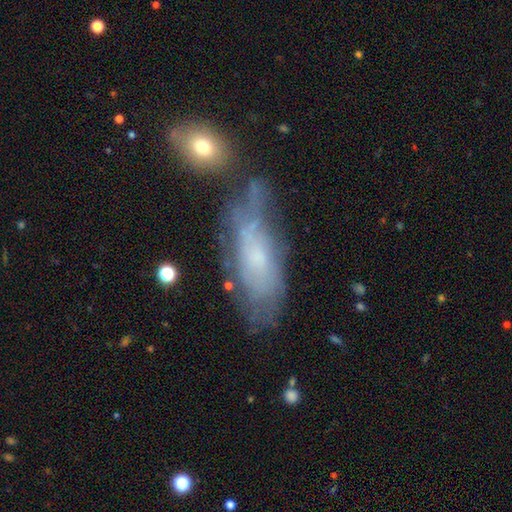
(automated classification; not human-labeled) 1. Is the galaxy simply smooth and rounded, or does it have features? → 52% featured or disk, 38% smooth, 10% star or artifact.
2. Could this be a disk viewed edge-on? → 82% no, 18% yes.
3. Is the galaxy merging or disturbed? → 48% none, 27% minor disturbance, 14% major disturbance, 11% merger.